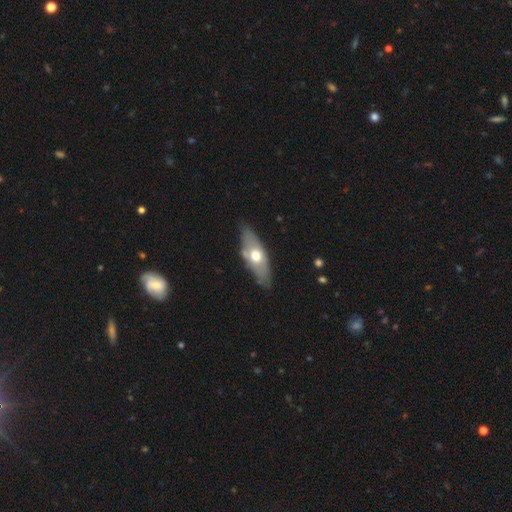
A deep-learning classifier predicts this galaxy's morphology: The model was most divided on "smooth or featured": smooth: 49%, featured or disk: 46%, star or artifact: 5%. More confident: merging — none (78%).